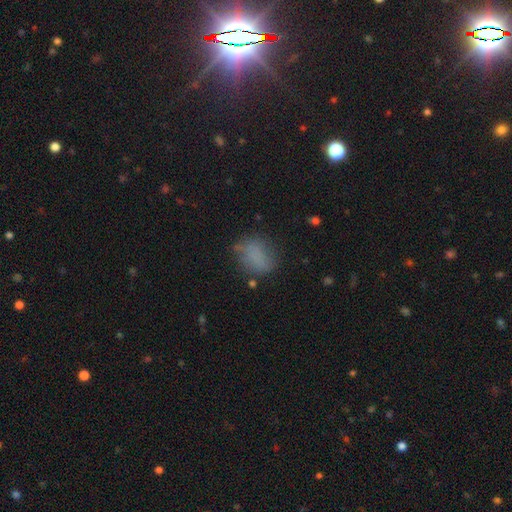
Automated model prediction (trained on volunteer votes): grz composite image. It shows a smooth galaxy with no disk features (72%) that is in between round and cigar-shaped (59%). Merging: none (59%).